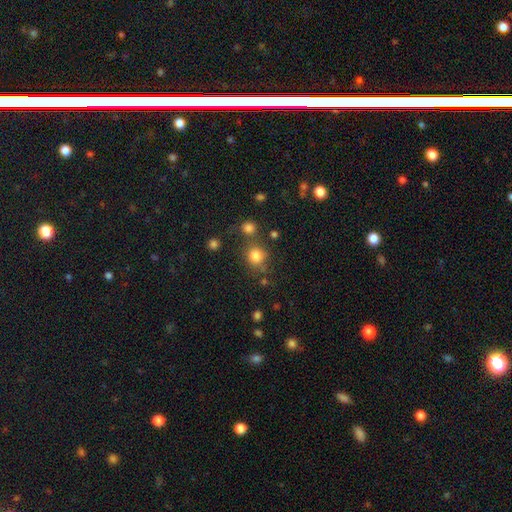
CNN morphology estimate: Overall: smooth (80%). How rounded: round (87%). Merging: none (69%).